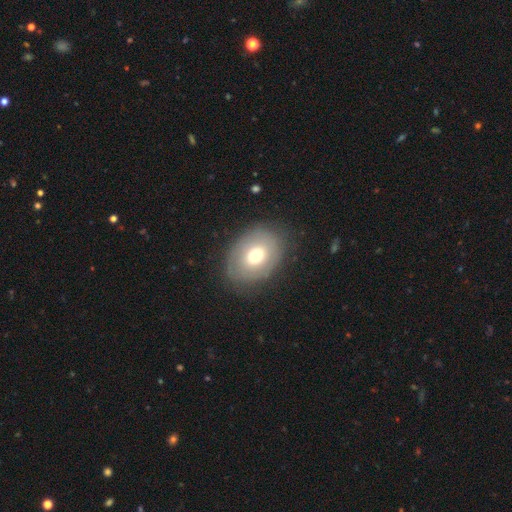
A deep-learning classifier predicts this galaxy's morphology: Smooth or featured? Predicted: smooth (p=0.64). How rounded? Predicted: in between (p=0.64). Merging? Predicted: none (p=0.77).